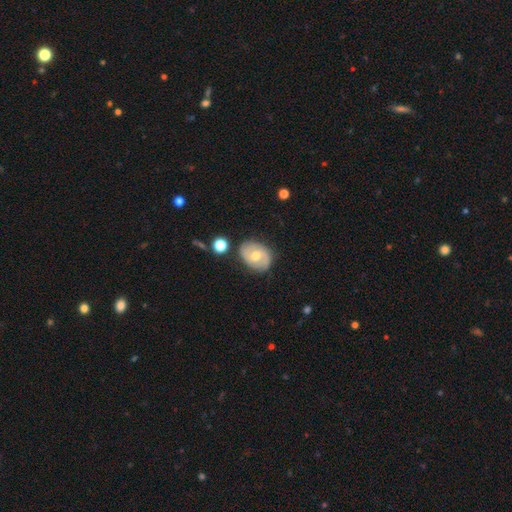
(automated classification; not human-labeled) A featured or disk galaxy (62%) with no bar (54%), spiral arms (83%) and a moderate central bulge (71%).

Vote fractions:
- Smooth or featured? featured or disk: 62% / smooth: 31% / star or artifact: 7%
- Edge-on disk? no: 96% / yes: 4%
- Bar? no: 54% / weak: 39% / strong: 7%
- Spiral arms? yes: 83% / no: 17%
- Bulge size? moderate: 71% / small: 24% / large: 3% / none: 1% / dominant: 1%
- Merging? none: 76% / minor disturbance: 17% / major disturbance: 4% / merger: 3%